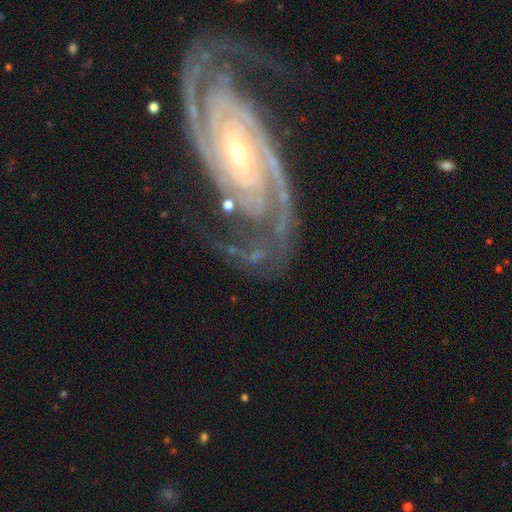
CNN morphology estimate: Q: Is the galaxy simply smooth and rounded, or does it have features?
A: featured or disk — 92%.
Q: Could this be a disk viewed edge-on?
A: no — 96%.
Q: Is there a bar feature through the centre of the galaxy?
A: no — 37%.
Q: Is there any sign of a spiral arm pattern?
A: yes — 98%.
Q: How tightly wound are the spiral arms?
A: tight — 61%.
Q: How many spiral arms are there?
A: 2 — 63%.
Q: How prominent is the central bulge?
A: small — 65%.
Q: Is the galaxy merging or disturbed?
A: none — 73%.